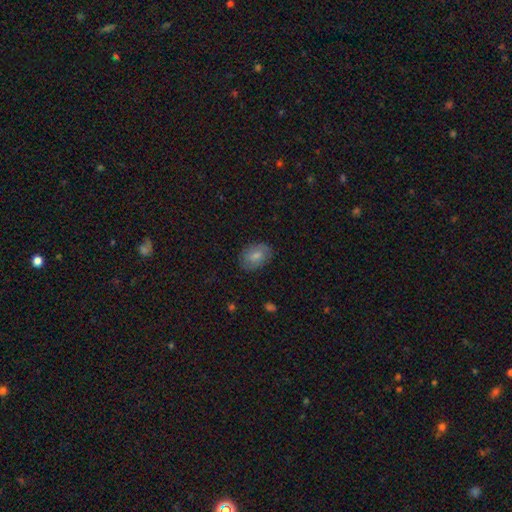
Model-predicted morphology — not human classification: The model was most divided on "smooth or featured": smooth: 70%, featured or disk: 22%, star or artifact: 8%. More confident: how rounded — in between (79%); merging — none (79%).